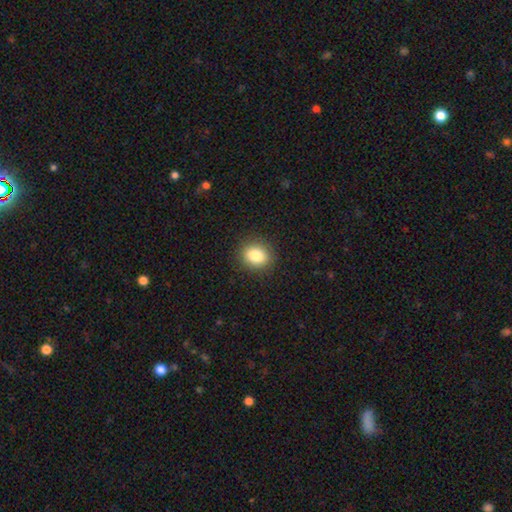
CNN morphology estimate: Smooth or featured: smooth — 84% (star or artifact — 10%)
How rounded: round — 63% (in between — 36%)
Merging: none — 89% (minor disturbance — 8%)